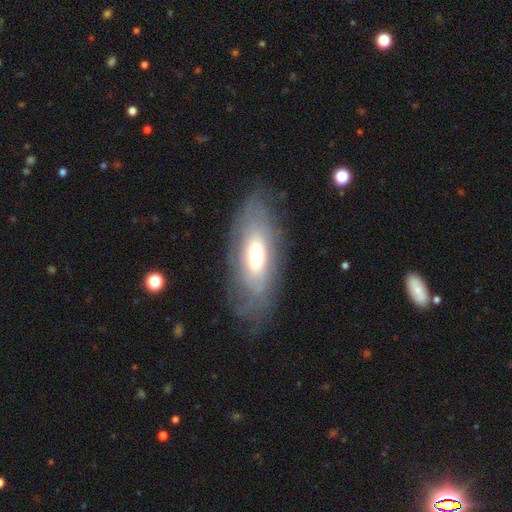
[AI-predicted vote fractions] Smooth or featured? Predicted: featured or disk (p=0.53). Edge-on disk? Predicted: no (p=0.80). Merging? Predicted: none (p=0.78).